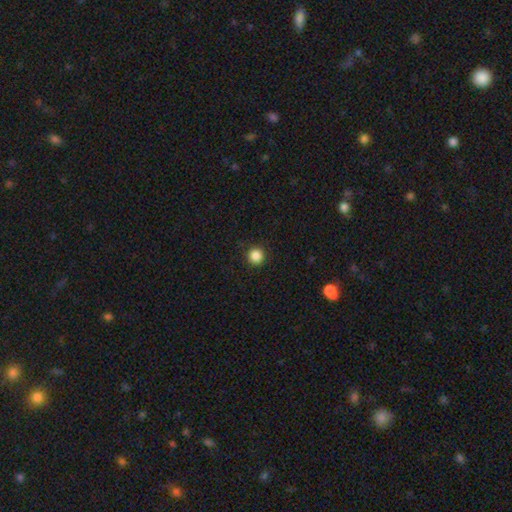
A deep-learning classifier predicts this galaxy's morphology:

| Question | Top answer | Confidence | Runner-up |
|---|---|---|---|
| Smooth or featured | smooth | 87% | star or artifact (11%) |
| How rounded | round | 96% | in between (3%) |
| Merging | none | 92% | minor disturbance (5%) |